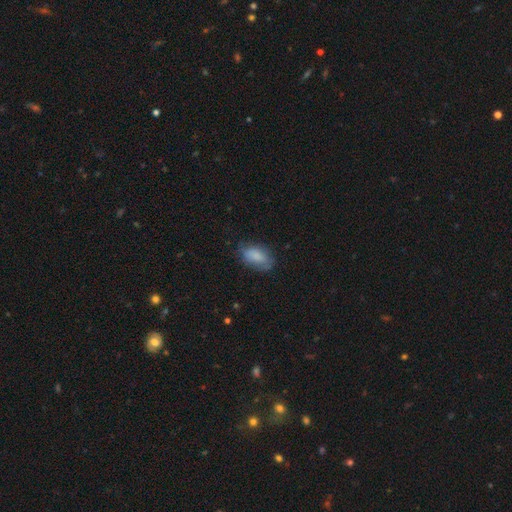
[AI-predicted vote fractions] Smooth or featured?
  - smooth: 82% *
  - featured or disk: 11%
  - star or artifact: 7%
How rounded?
  - in between: 91% *
  - round: 5%
  - cigar-shaped: 4%
Merging?
  - none: 66% *
  - minor disturbance: 25%
  - major disturbance: 8%
  - merger: 1%